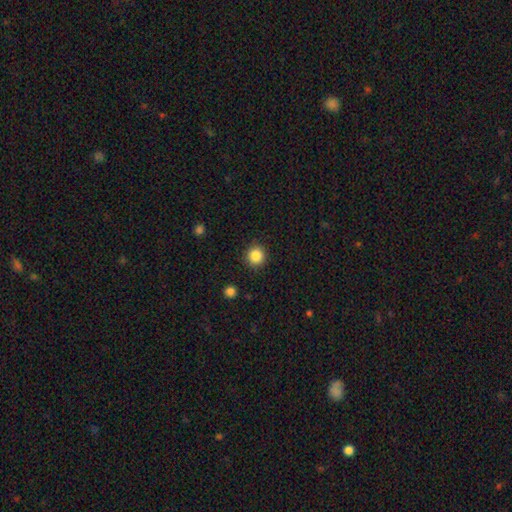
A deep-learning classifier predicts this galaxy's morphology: smooth 86%, star or artifact 10%, featured or disk 4%. Down the decision tree: how rounded — round (94%); merging — none (91%).